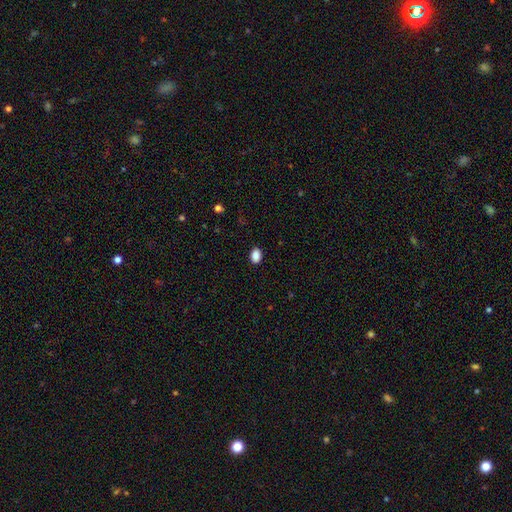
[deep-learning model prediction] Smooth or featured?
  - smooth: 89% *
  - star or artifact: 9%
  - featured or disk: 3%
How rounded?
  - in between: 81% *
  - round: 18%
  - cigar-shaped: 1%
Merging?
  - none: 90% *
  - minor disturbance: 7%
  - major disturbance: 2%
  - merger: 1%